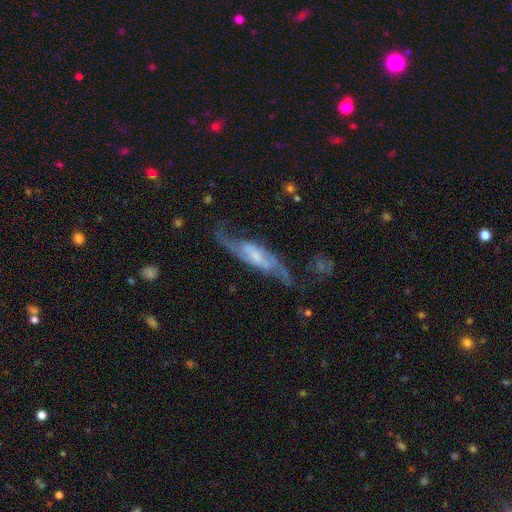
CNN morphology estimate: Smooth or featured? featured or disk (81%)
Edge-on disk? no (78%)
Bar? weak (44%)
Spiral arms? yes (92%)
Spiral winding? loose (44%)
Spiral arm count? 2 (82%)
Bulge size? small (54%)
Merging? none (61%)